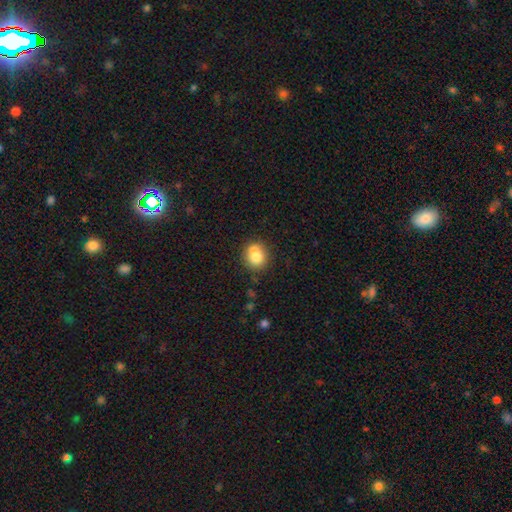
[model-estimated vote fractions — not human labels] Smooth or featured? Predicted: smooth (p=0.74). How rounded? Predicted: round (p=0.75). Merging? Predicted: none (p=0.49).